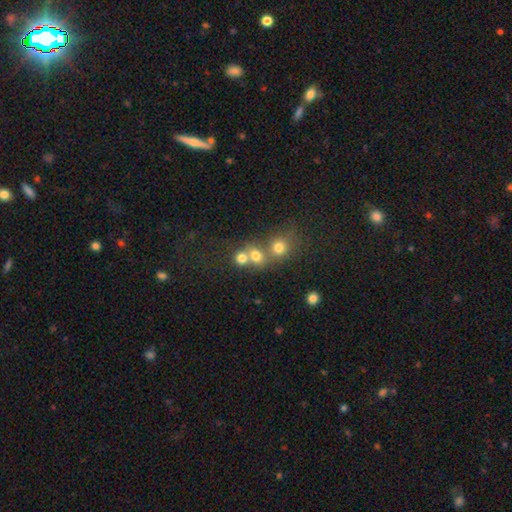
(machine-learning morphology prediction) Smooth or featured: smooth — 73% (star or artifact — 15%)
How rounded: round — 79% (in between — 20%)
Merging: merger — 49% (none — 40%)